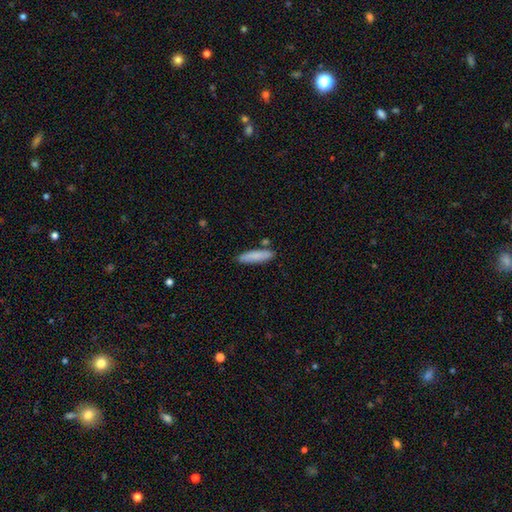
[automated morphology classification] A smooth galaxy with no disk features (83%) that is cigar-shaped (72%). Merging: none (82%).